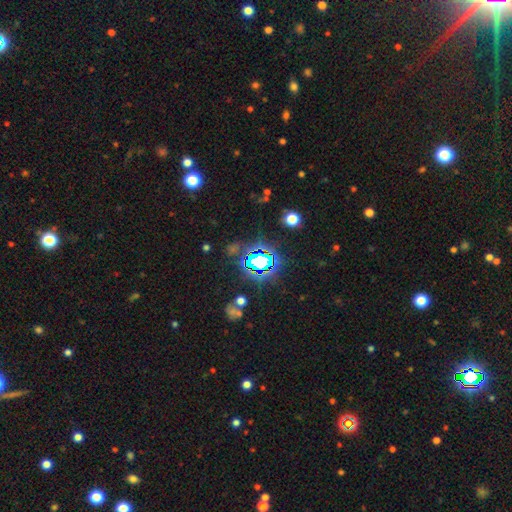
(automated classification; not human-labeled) Morphology: type=star or artifact (81%).